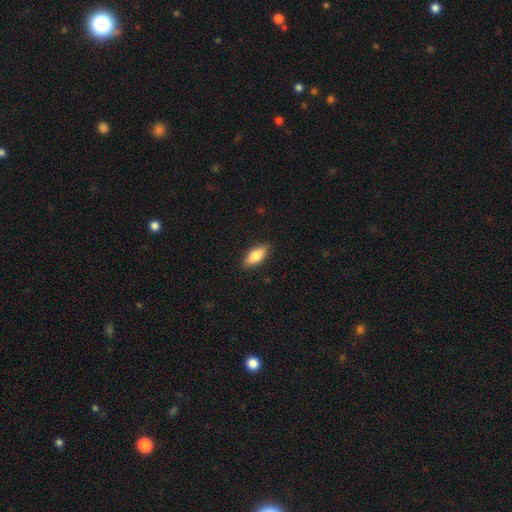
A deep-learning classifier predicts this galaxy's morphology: smooth 76%, featured or disk 17%, star or artifact 6%. Down the decision tree: how rounded — in between (81%); merging — none (88%).